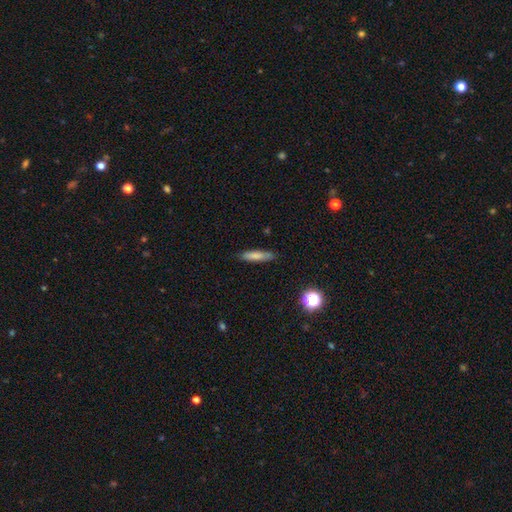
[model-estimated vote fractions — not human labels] Q: Smooth or featured?
A: smooth (77%); runner-up: featured or disk (14%)
Q: How rounded?
A: cigar-shaped (81%); runner-up: in between (17%)
Q: Merging?
A: none (86%); runner-up: minor disturbance (11%)